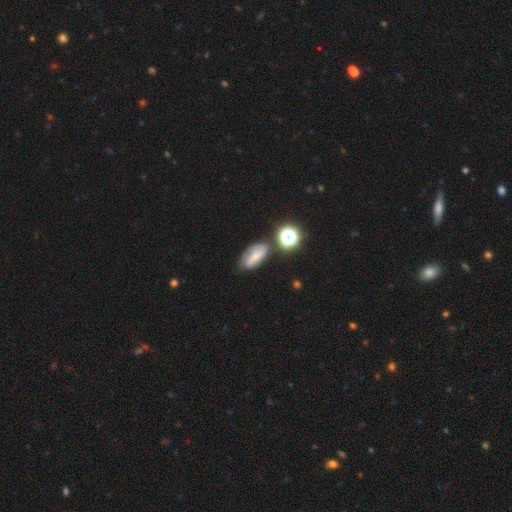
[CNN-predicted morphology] smooth 42%, featured or disk 41%, star or artifact 16%. Down the decision tree: merging — none (60%).